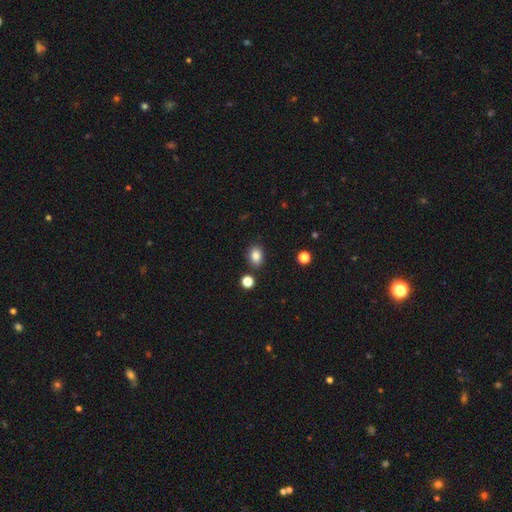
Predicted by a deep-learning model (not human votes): This appears to be a smooth galaxy with no disk features (85%) that is in between round and cigar-shaped (67%). Merging: none (83%).